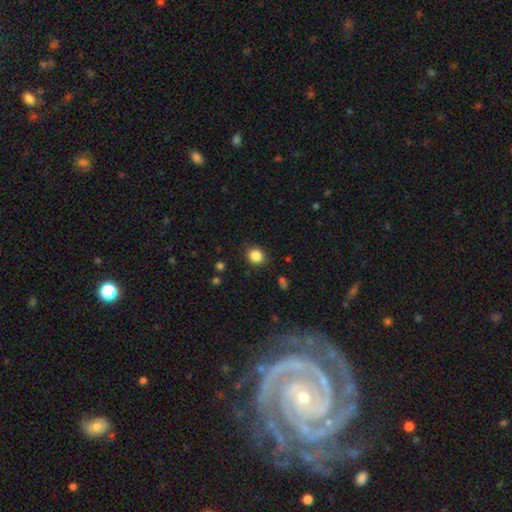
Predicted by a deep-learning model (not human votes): smooth-or-featured: smooth: 86% | star or artifact: 10% | featured or disk: 4%
  how-rounded: round: 78% | in between: 21% | cigar-shaped: 1%
  merging: none: 86% | minor disturbance: 10% | major disturbance: 3% | merger: 1%